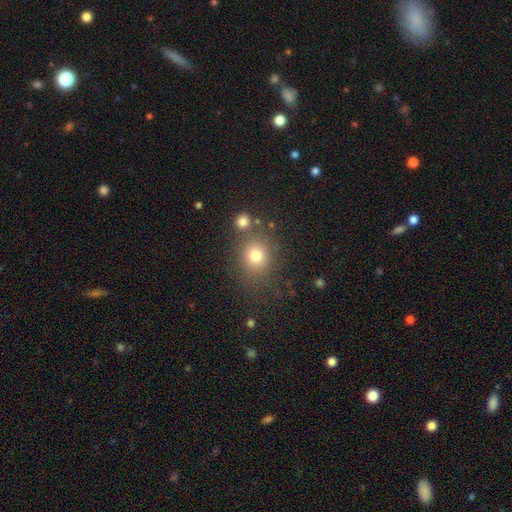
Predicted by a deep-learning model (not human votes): This appears to be a smooth galaxy with no disk features (76%) that is round (79%). Merging: none (75%).